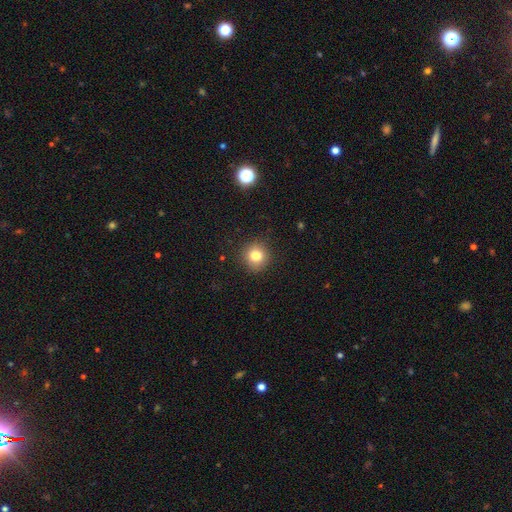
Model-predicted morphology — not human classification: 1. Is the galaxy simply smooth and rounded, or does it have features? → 79% smooth, 12% star or artifact, 8% featured or disk.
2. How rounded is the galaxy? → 91% round, 8% in between, 1% cigar-shaped.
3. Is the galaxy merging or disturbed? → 90% none, 7% minor disturbance, 2% major disturbance, 1% merger.